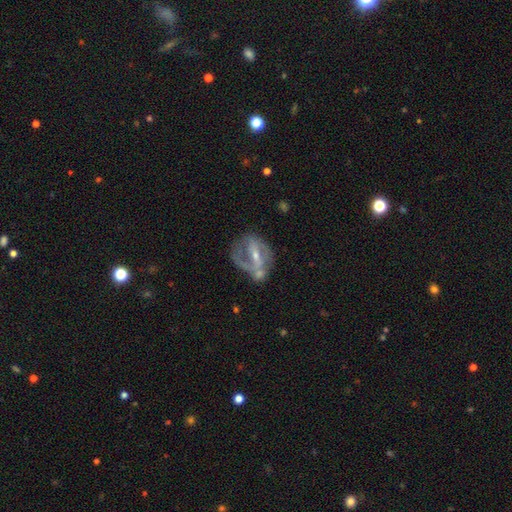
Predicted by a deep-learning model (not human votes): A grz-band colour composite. It shows a featured or disk galaxy (80%) with a strong bar (48%), 2 (58%) medium (43%) spiral arms (73%) and a small central bulge (59%). Merging: none (41%).